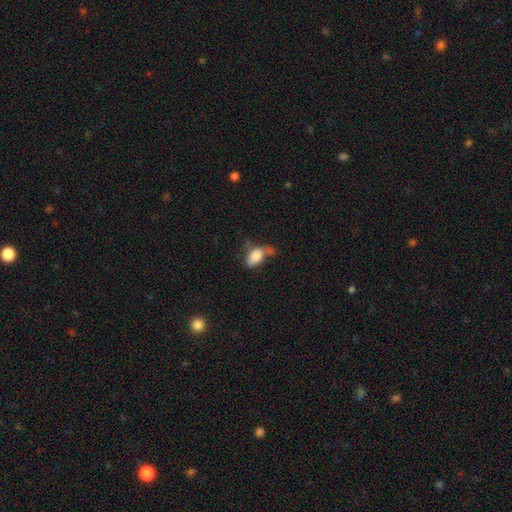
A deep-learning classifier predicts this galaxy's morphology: type=smooth (80%); roundness=in between (90%); merging=minor disturbance (30%).